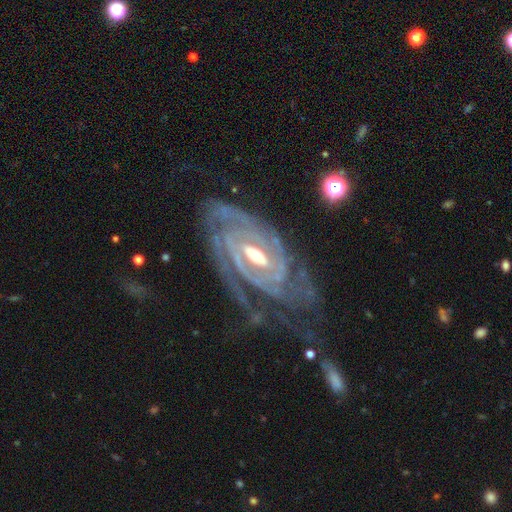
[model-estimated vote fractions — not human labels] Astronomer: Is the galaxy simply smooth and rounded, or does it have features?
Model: featured or disk — 90%.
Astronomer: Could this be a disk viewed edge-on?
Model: no — 95%.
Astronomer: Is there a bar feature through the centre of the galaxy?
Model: weak — 41% (runner-up: strong, 35%).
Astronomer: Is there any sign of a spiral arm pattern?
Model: yes — 96%.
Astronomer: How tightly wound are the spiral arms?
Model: tight — 71%.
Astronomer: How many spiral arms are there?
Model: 2 — 33% (runner-up: can't tell, 26%).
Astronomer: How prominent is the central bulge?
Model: moderate — 59% (runner-up: small, 34%).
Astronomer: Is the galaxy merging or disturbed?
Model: none — 54%.